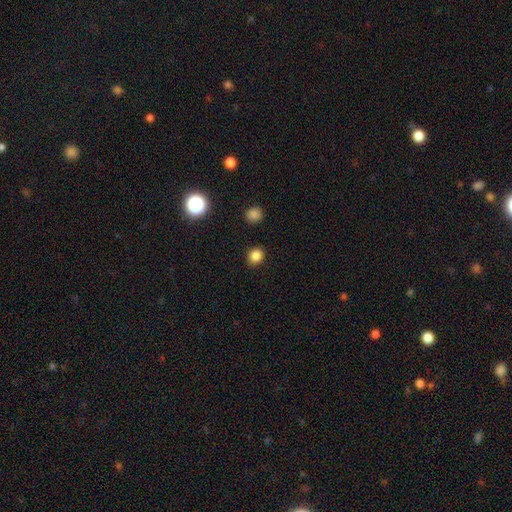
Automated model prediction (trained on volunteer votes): Q: Smooth or featured?
A: smooth (84%); runner-up: star or artifact (13%)
Q: How rounded?
A: round (76%); runner-up: in between (24%)
Q: Merging?
A: none (90%); runner-up: minor disturbance (7%)